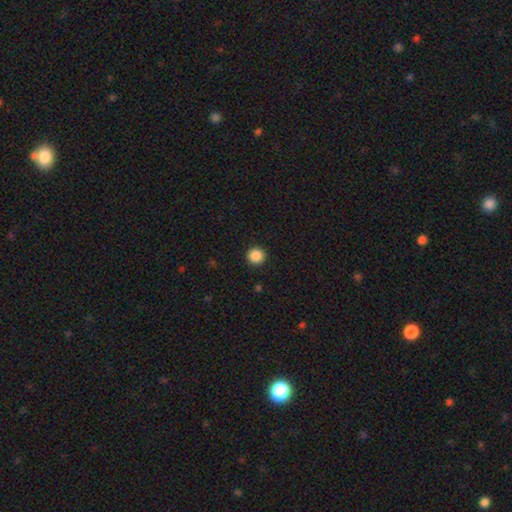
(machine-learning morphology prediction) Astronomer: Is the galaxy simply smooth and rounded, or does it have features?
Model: smooth — 88%.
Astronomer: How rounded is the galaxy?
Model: round — 95%.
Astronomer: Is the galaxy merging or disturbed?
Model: none — 92%.